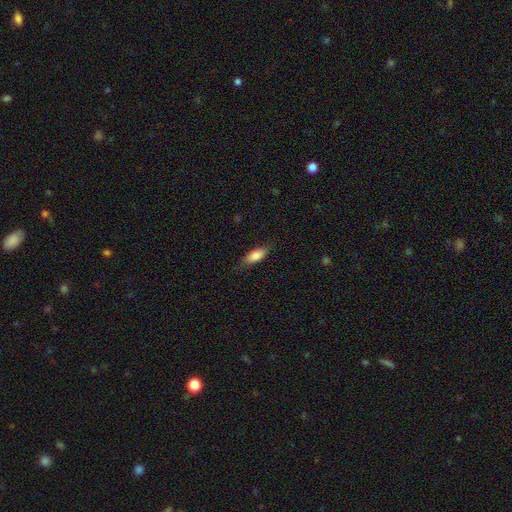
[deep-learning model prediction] Smooth or featured?
  - smooth: 79% *
  - featured or disk: 14%
  - star or artifact: 6%
How rounded?
  - in between: 70% *
  - cigar-shaped: 27%
  - round: 2%
Merging?
  - none: 76% *
  - minor disturbance: 18%
  - major disturbance: 4%
  - merger: 1%